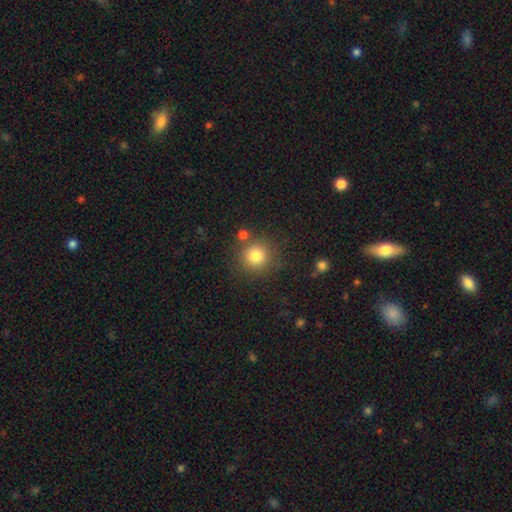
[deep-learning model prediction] Smooth or featured? Predicted: smooth (p=0.81). How rounded? Predicted: round (p=0.93). Merging? Predicted: none (p=0.79).